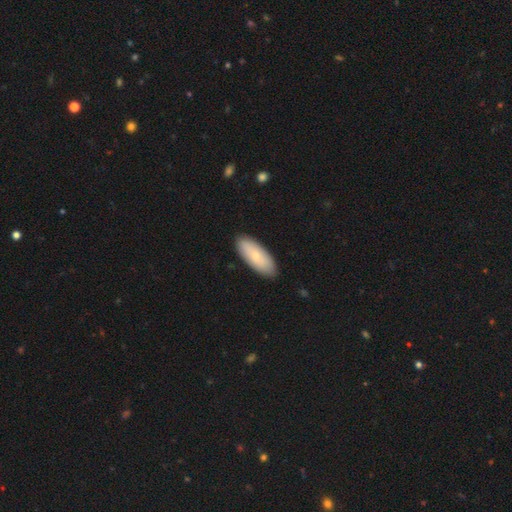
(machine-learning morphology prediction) Smooth or featured? smooth (74%)
How rounded? in between (81%)
Merging? none (88%)